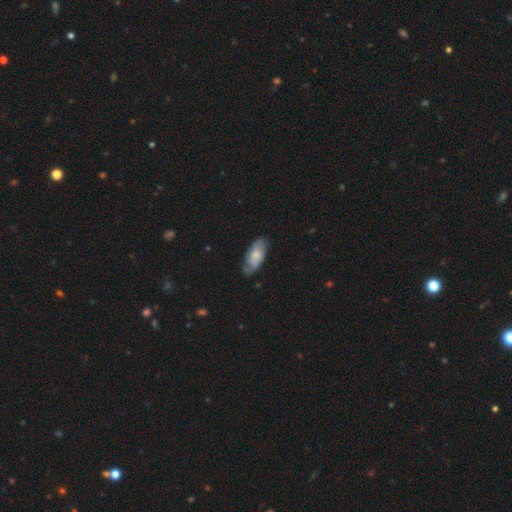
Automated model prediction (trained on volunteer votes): smooth-or-featured: smooth: 57% | featured or disk: 37% | star or artifact: 6%
  how-rounded: in between: 87% | cigar-shaped: 10% | round: 3%
  merging: none: 65% | minor disturbance: 27% | major disturbance: 7% | merger: 2%